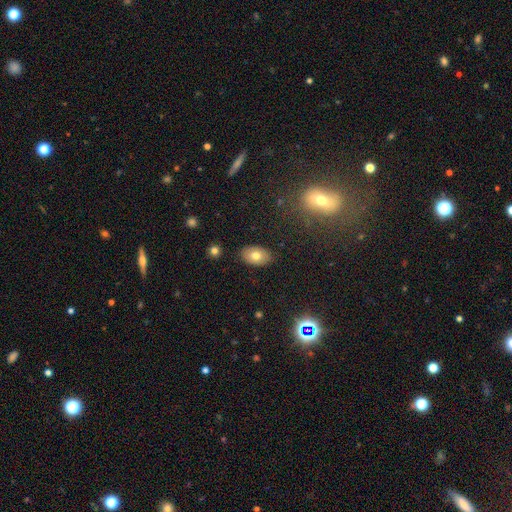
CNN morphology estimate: smooth-or-featured: smooth: 73% | featured or disk: 17% | star or artifact: 10%
  how-rounded: in between: 90% | round: 9% | cigar-shaped: 1%
  merging: none: 87% | minor disturbance: 10% | major disturbance: 2% | merger: 1%